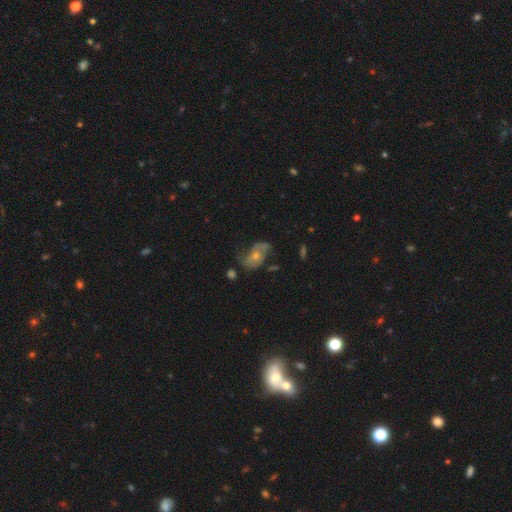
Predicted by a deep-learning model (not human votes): This appears to be a featured or disk galaxy (62%) with no bar (78%), spiral arms (73%) and a moderate central bulge (55%). Merging: none (55%).